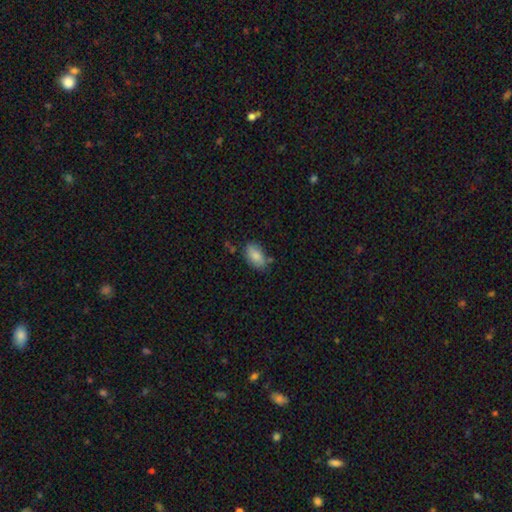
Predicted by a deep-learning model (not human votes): Overall: smooth (83%). How rounded: in between (92%). Merging: none (69%).